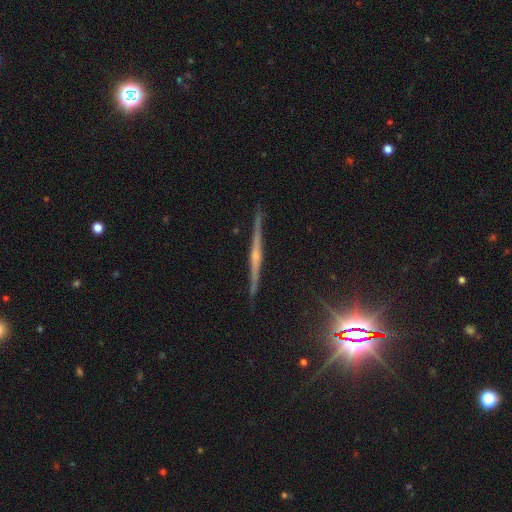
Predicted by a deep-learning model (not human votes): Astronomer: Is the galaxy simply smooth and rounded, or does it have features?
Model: featured or disk — 75%.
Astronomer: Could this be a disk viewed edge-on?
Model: yes — 98%.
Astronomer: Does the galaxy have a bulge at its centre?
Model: rounded — 57%.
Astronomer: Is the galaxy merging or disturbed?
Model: none — 90%.